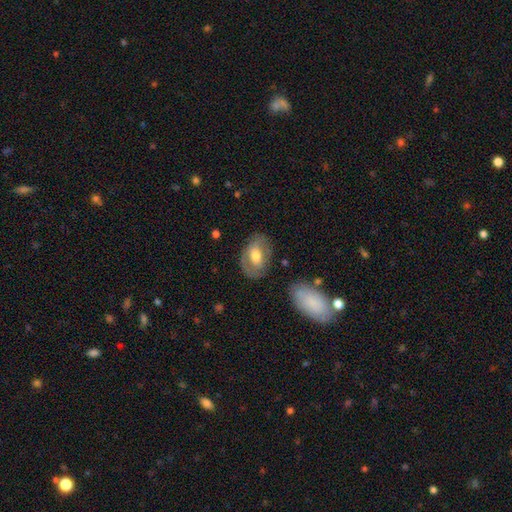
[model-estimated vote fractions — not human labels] Smooth or featured?
  - smooth: 48% *
  - featured or disk: 46%
  - star or artifact: 7%
Merging?
  - none: 72% *
  - minor disturbance: 18%
  - major disturbance: 7%
  - merger: 3%